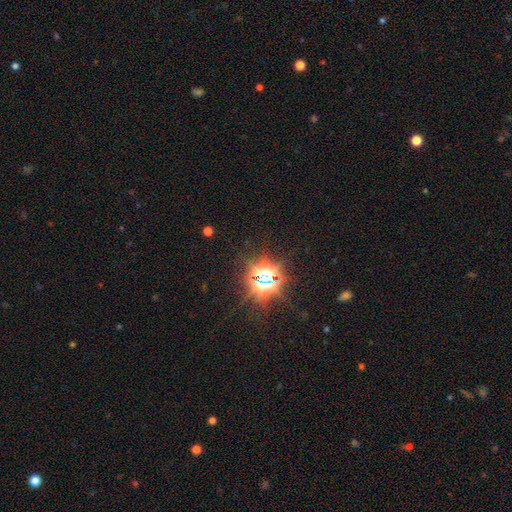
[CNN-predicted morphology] Smooth or featured? Predicted: star or artifact (p=0.81).